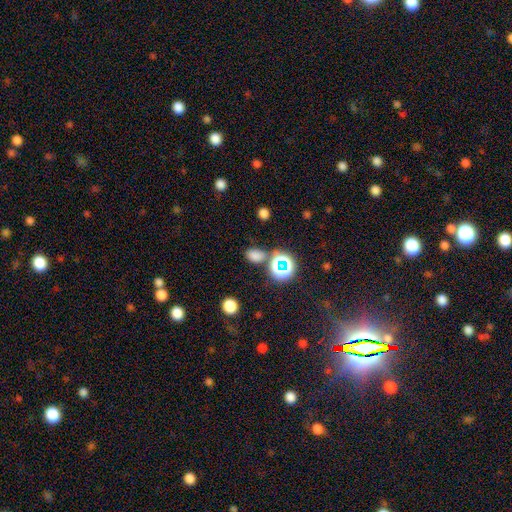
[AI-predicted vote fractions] smooth_or_featured: smooth (p=0.71) [alt: star or artifact p=0.24]
how_rounded: in between (p=0.71) [alt: round p=0.28]
merging: none (p=0.75) [alt: minor disturbance p=0.12]